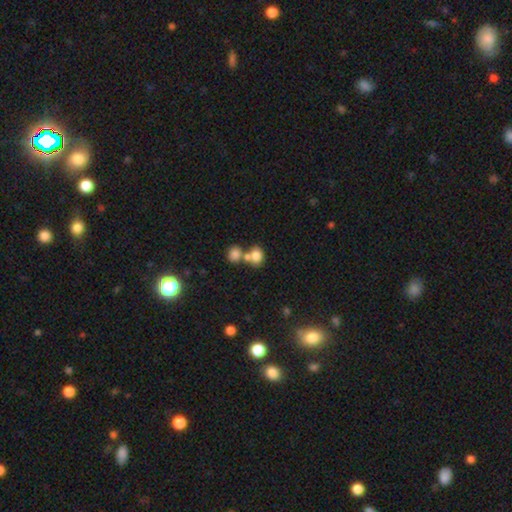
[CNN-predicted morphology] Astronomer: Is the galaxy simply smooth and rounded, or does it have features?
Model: smooth — 79%.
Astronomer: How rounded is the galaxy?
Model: round — 59% (runner-up: in between, 39%).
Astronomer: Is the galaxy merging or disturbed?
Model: merger — 46% (runner-up: none, 41%).